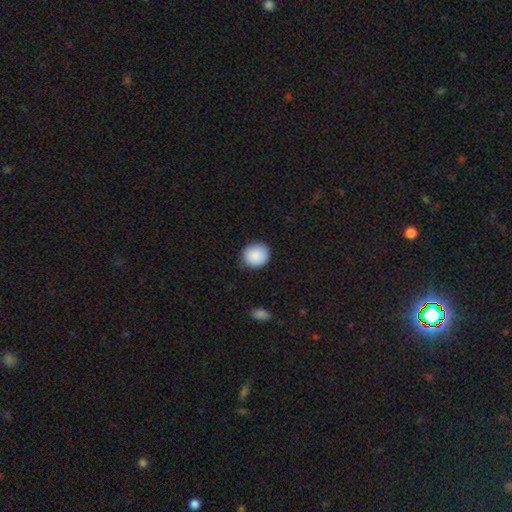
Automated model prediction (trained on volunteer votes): Q: Smooth or featured?
A: smooth (89%); runner-up: star or artifact (7%)
Q: How rounded?
A: round (85%); runner-up: in between (14%)
Q: Merging?
A: none (85%); runner-up: minor disturbance (11%)